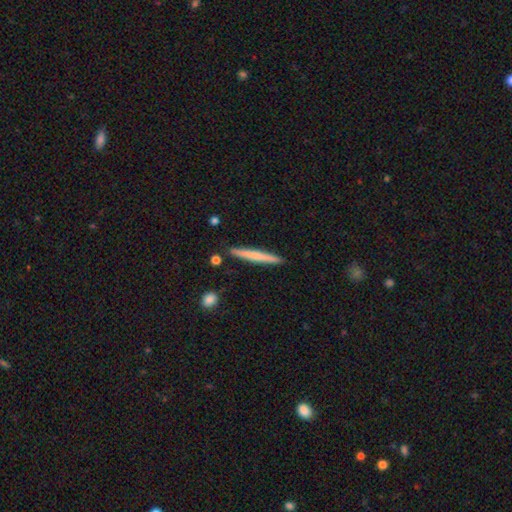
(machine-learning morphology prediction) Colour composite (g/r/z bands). It shows a smooth galaxy with no disk features (59%) that is cigar-shaped (96%). Merging: none (91%).